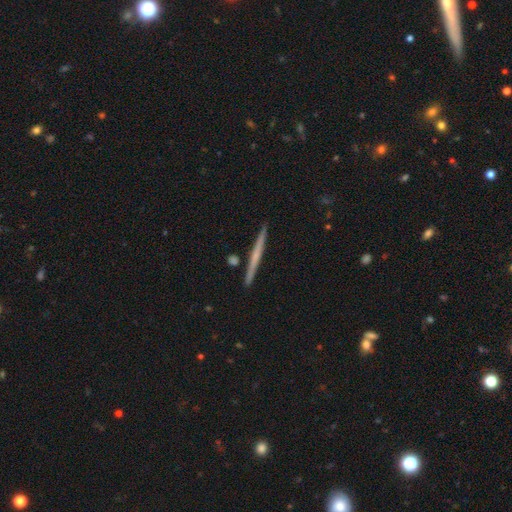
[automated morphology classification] Q: Smooth or featured?
A: featured or disk (56%); runner-up: smooth (38%)
Q: Edge-on disk?
A: yes (98%); runner-up: no (2%)
Q: Edge-on bulge?
A: none (74%); runner-up: rounded (21%)
Q: Merging?
A: none (90%); runner-up: minor disturbance (6%)